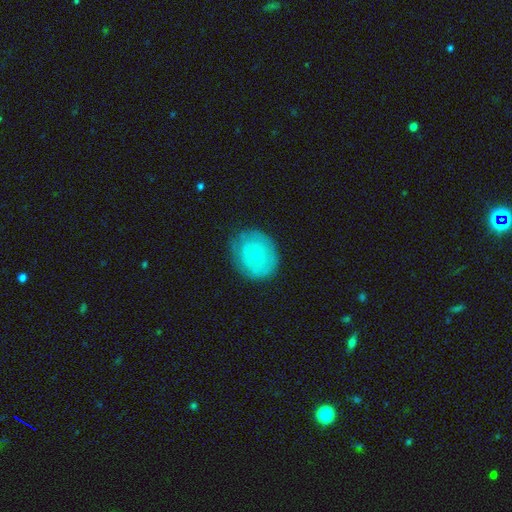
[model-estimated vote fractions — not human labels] A featured or disk galaxy (49%). Merging: none (73%).